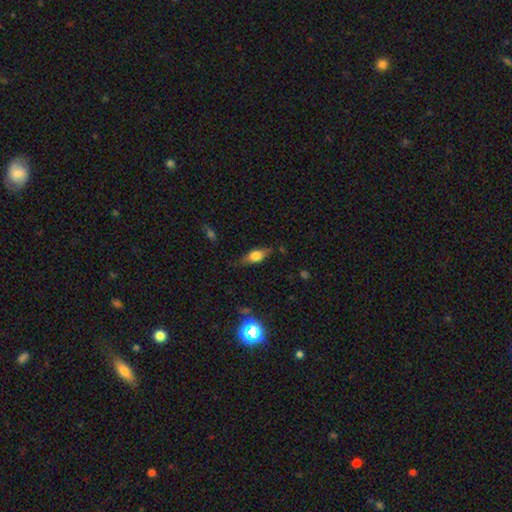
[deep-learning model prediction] Smooth or featured? smooth (48%)
Merging? none (78%)